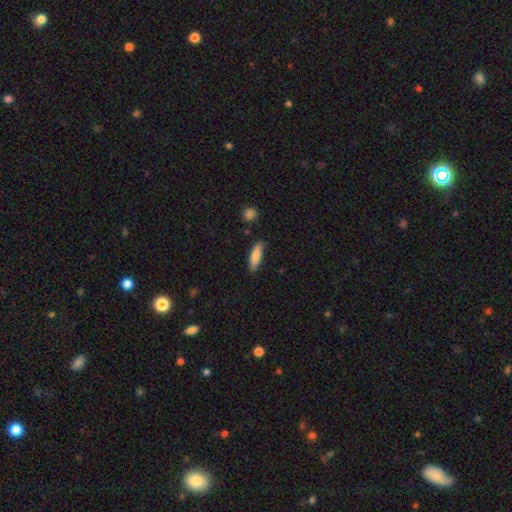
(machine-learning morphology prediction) The model was most divided on "how rounded": cigar-shaped: 50%, in between: 48%, round: 2%. More confident: smooth or featured — smooth (83%); merging — none (80%).